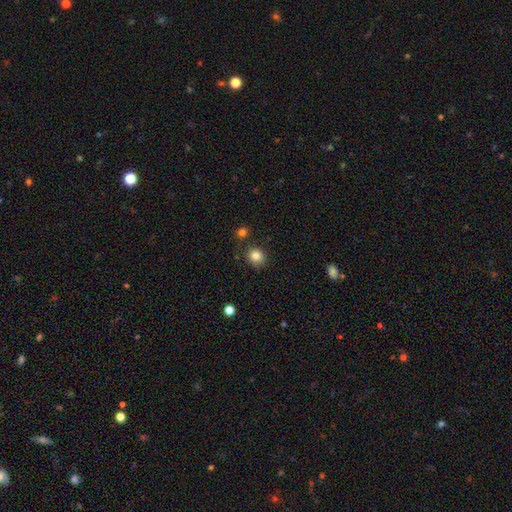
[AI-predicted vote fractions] The model was most divided on "how rounded": round: 82%, in between: 18%, cigar-shaped: 1%. More confident: smooth or featured — smooth (84%); merging — none (83%).